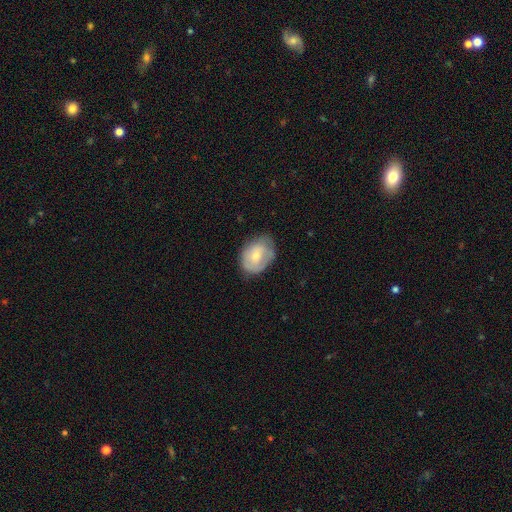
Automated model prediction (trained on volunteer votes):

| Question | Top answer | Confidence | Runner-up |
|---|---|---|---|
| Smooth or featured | smooth | 58% | featured or disk (36%) |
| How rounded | in between | 69% | round (30%) |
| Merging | none | 58% | minor disturbance (31%) |